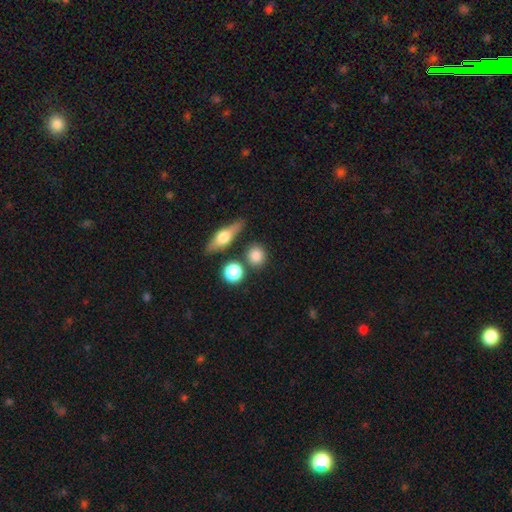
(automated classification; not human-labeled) Morphology: type=smooth (80%); roundness=round (78%); merging=none (77%).